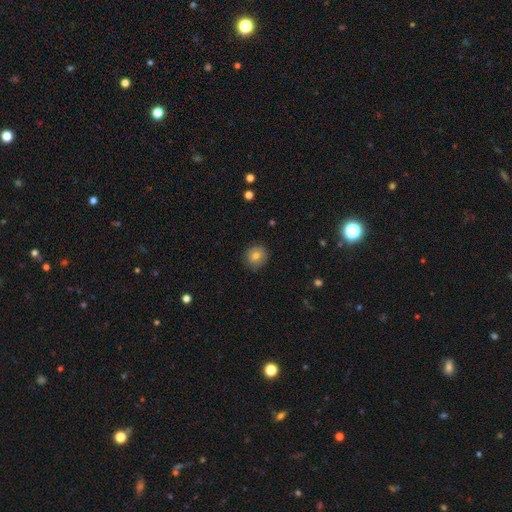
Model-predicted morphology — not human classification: Smooth or featured? smooth (77%)
How rounded? round (89%)
Merging? none (88%)